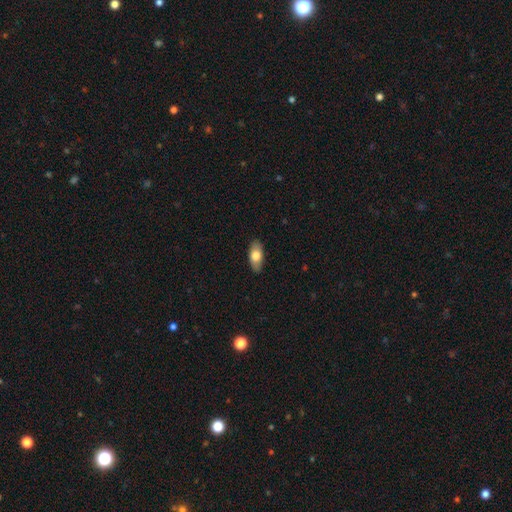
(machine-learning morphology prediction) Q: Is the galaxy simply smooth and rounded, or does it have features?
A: smooth — 74%.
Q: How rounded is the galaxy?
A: in between — 89%.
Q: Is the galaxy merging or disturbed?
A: none — 88%.